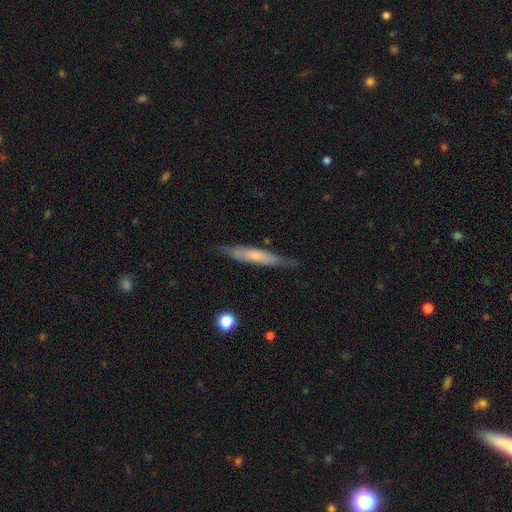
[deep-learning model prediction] featured or disk 48%, smooth 46%, star or artifact 6%. Down the decision tree: merging — none (76%).